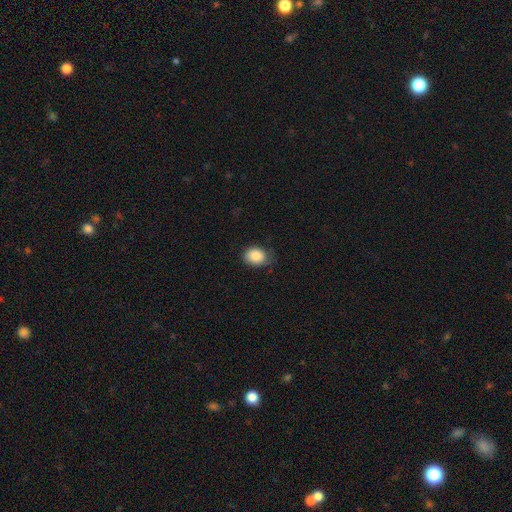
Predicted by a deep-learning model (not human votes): smooth 85%, star or artifact 8%, featured or disk 7%. Down the decision tree: how rounded — in between (53%); merging — none (67%).